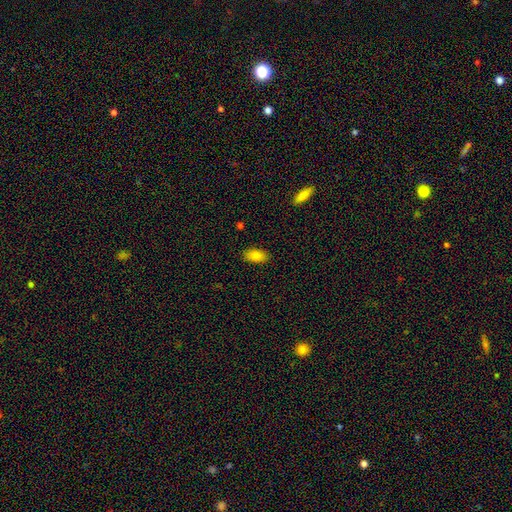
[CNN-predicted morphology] Smooth or featured: smooth — 82% (featured or disk — 9%)
How rounded: in between — 92% (round — 5%)
Merging: none — 88% (minor disturbance — 9%)